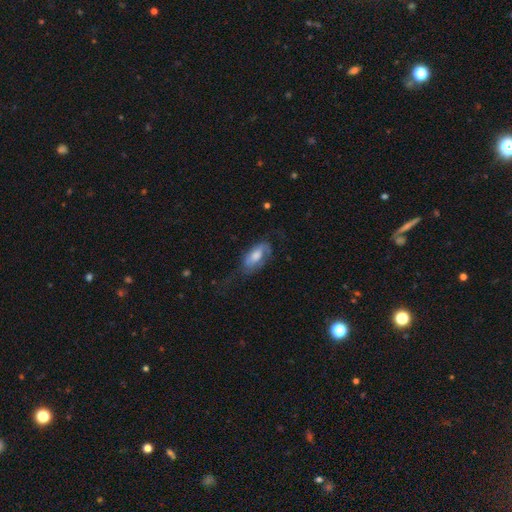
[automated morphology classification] A smooth galaxy with no disk features (48%).

Vote fractions:
- Smooth or featured? smooth: 48% / featured or disk: 45% / star or artifact: 7%
- Merging? none: 40% / major disturbance: 29% / minor disturbance: 28% / merger: 2%